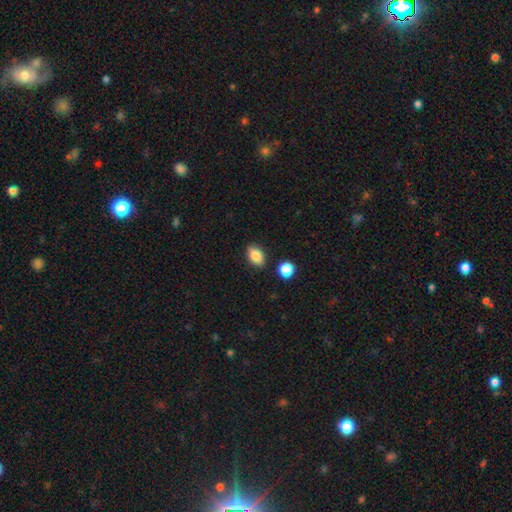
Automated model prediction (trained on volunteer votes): Morphology: type=smooth (86%); roundness=in between (85%); merging=none (84%).